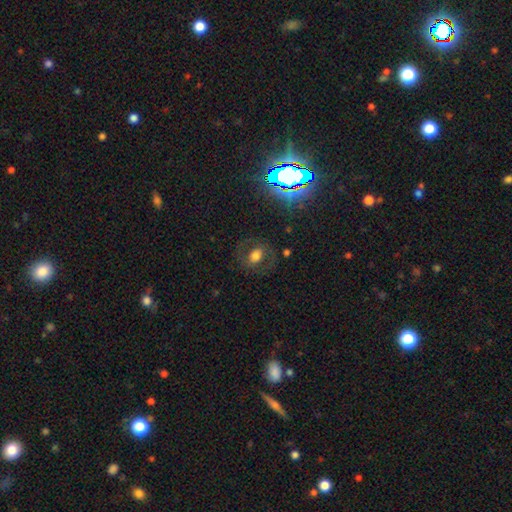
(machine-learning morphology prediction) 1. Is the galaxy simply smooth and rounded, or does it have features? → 52% smooth, 33% featured or disk, 16% star or artifact.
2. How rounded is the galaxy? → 50% round, 48% in between, 1% cigar-shaped.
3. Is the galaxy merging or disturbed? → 76% none, 13% minor disturbance, 10% major disturbance, 1% merger.